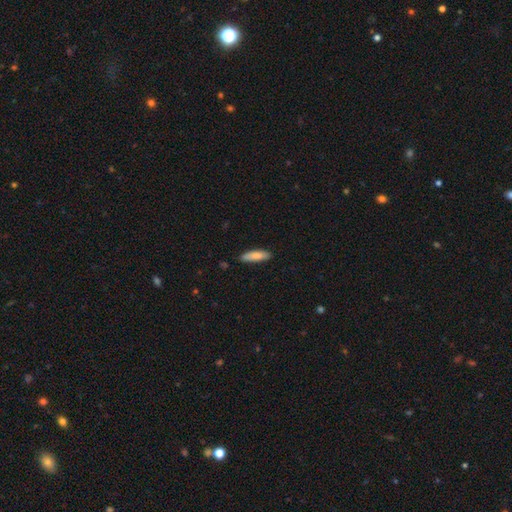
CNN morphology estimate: type=smooth (80%); roundness=cigar-shaped (65%); merging=none (85%).